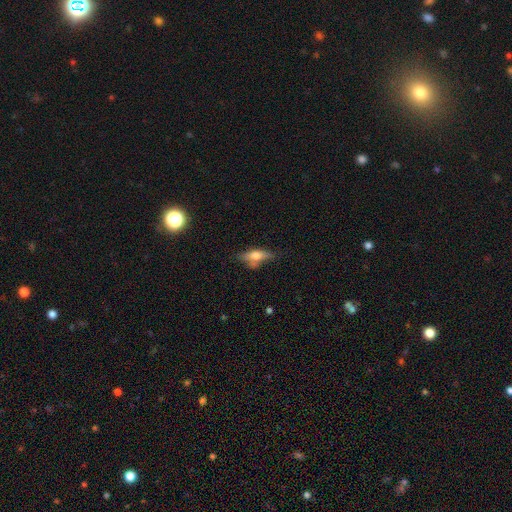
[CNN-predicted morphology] smooth_or_featured: smooth (p=0.54) [alt: featured or disk p=0.36]
how_rounded: in between (p=0.57) [alt: cigar-shaped p=0.38]
merging: none (p=0.51) [alt: minor disturbance p=0.27]